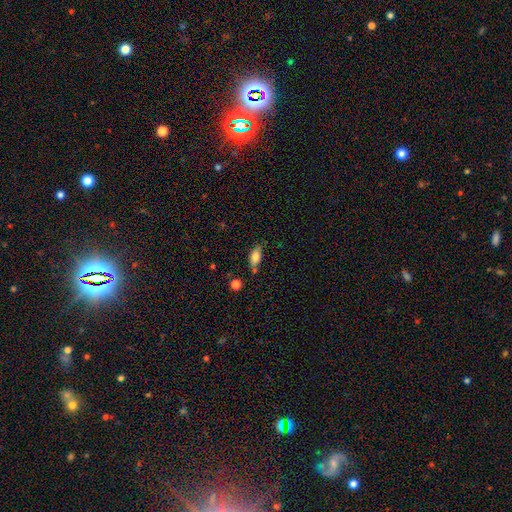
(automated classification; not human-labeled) The model was most divided on "merging": none: 64%, minor disturbance: 22%, merger: 9%, major disturbance: 5%. More confident: how rounded — in between (82%); smooth or featured — smooth (78%).